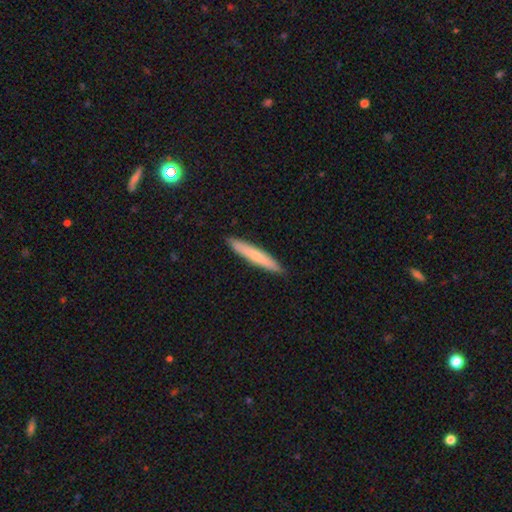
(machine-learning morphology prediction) Smooth or featured?
  - smooth: 65% *
  - featured or disk: 30%
  - star or artifact: 5%
How rounded?
  - cigar-shaped: 94% *
  - in between: 5%
  - round: 1%
Merging?
  - none: 90% *
  - minor disturbance: 7%
  - major disturbance: 1%
  - merger: 1%